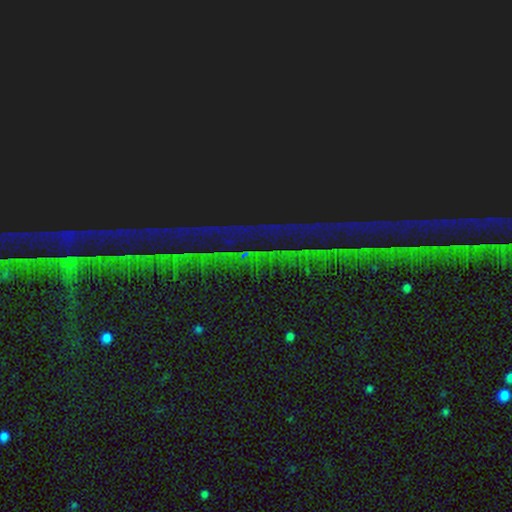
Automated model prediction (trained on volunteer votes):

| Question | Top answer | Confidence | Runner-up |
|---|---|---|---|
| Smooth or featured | star or artifact | 90% | featured or disk (6%) |